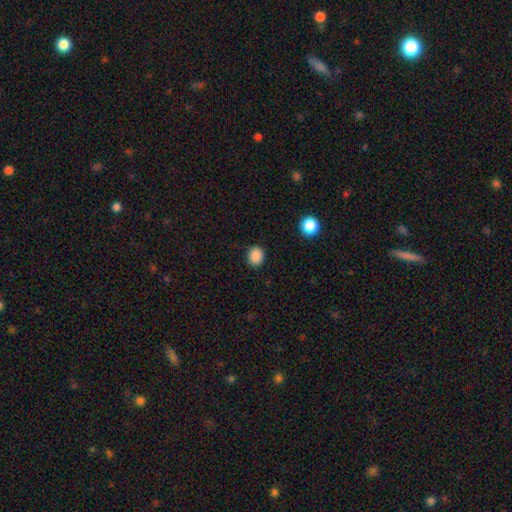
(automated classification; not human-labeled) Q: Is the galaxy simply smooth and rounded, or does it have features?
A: smooth — 87%.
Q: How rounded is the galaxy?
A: round — 68%.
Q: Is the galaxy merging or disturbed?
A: none — 88%.